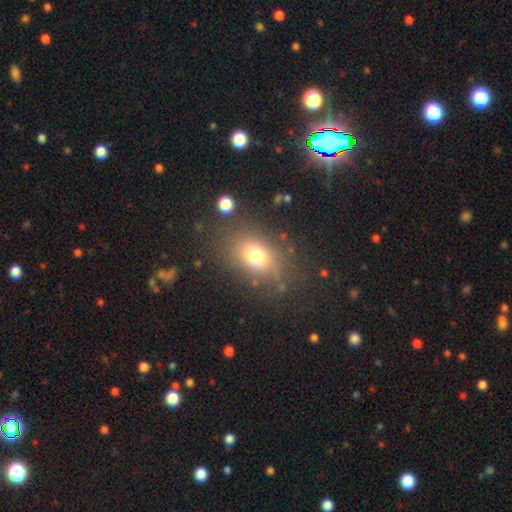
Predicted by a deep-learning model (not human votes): smooth 72%, star or artifact 15%, featured or disk 13%. Down the decision tree: how rounded — in between (65%); merging — none (76%).